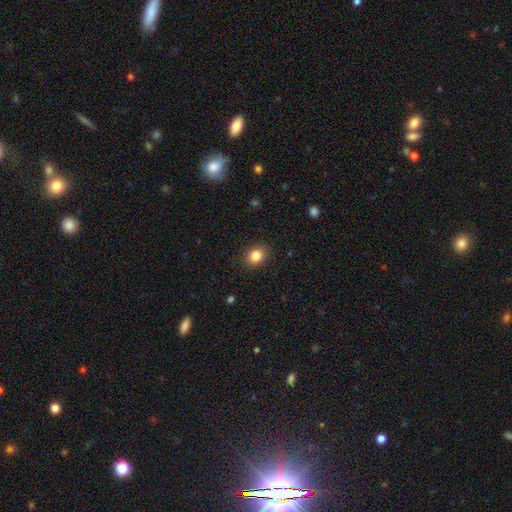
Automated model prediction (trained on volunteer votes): smooth_or_featured: smooth (p=0.84) [alt: star or artifact p=0.10]
how_rounded: round (p=0.58) [alt: in between p=0.41]
merging: none (p=0.89) [alt: minor disturbance p=0.08]